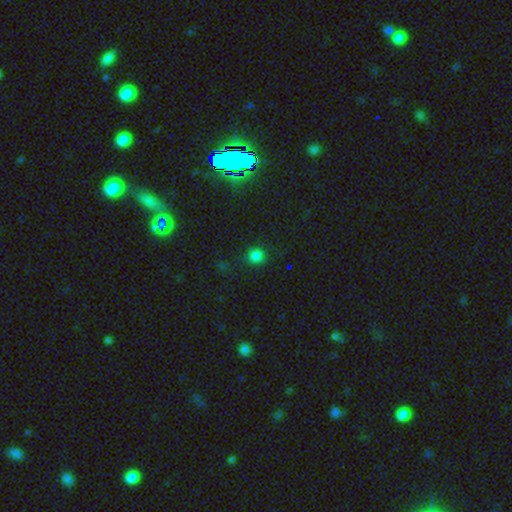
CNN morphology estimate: smooth-or-featured: smooth: 79% | star or artifact: 17% | featured or disk: 4%
  how-rounded: round: 90% | in between: 9% | cigar-shaped: 1%
  merging: none: 85% | minor disturbance: 10% | major disturbance: 3% | merger: 2%